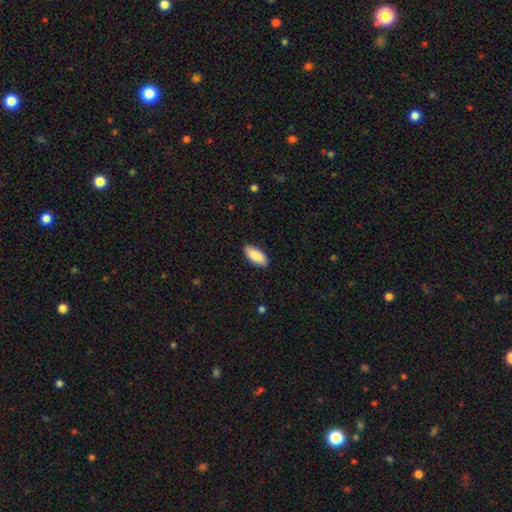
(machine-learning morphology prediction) Smooth or featured? smooth (88%)
How rounded? in between (89%)
Merging? none (88%)